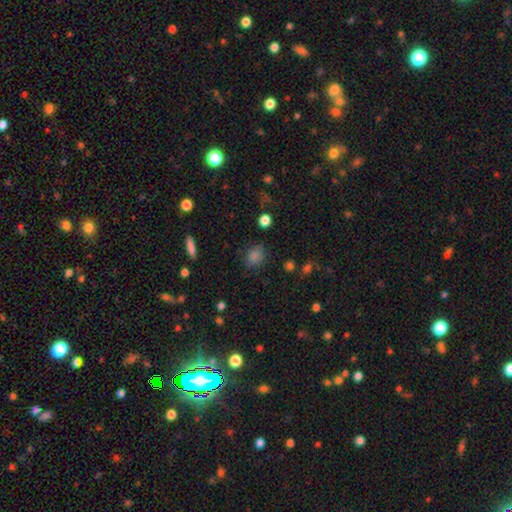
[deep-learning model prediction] This appears to be a smooth galaxy with no disk features (72%) that is round (67%). Merging: none (82%).